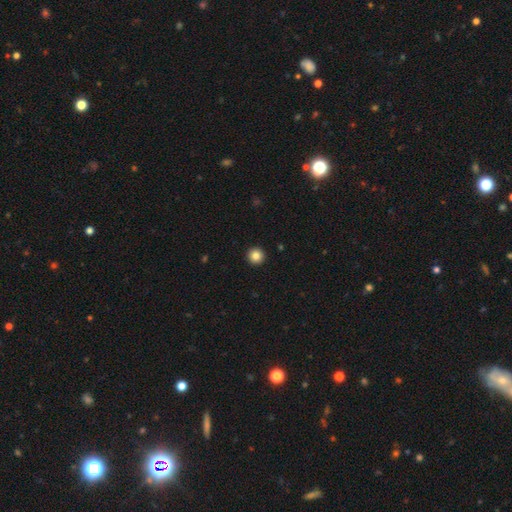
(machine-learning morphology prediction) type=smooth (85%); roundness=round (96%); merging=none (94%).